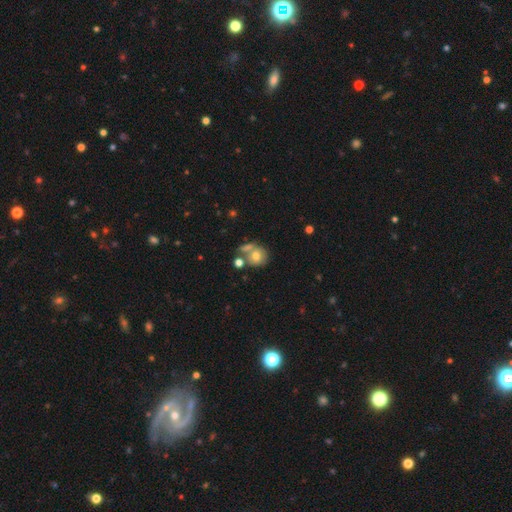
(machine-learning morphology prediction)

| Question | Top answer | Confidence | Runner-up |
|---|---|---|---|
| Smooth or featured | smooth | 70% | featured or disk (20%) |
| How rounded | round | 78% | in between (21%) |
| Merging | none | 45% | merger (33%) |